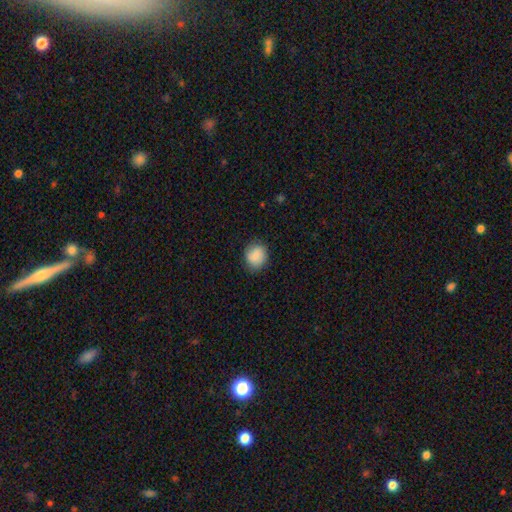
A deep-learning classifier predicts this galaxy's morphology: This is clearly a smooth galaxy (83%). How rounded: likely round (76%). Merging: clearly none (83%).